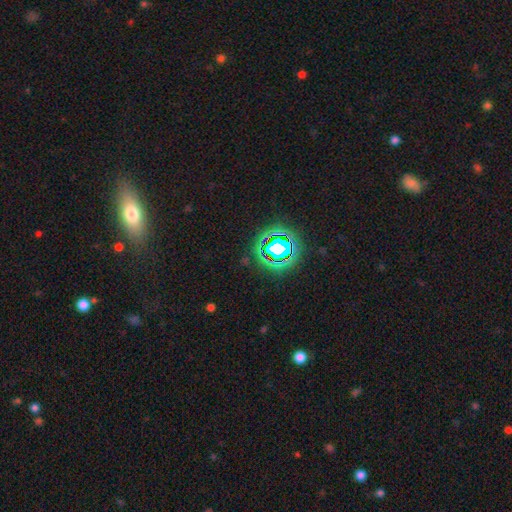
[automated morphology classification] smooth_or_featured: star or artifact (p=0.65) [alt: smooth p=0.21]